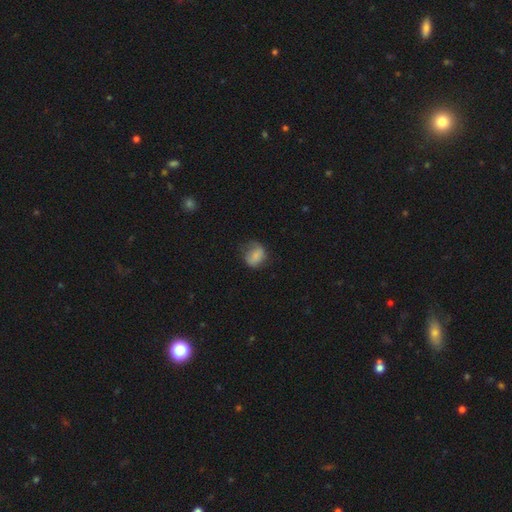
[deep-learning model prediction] Smooth or featured? Predicted: smooth (p=0.77). How rounded? Predicted: in between (p=0.53). Merging? Predicted: none (p=0.47).